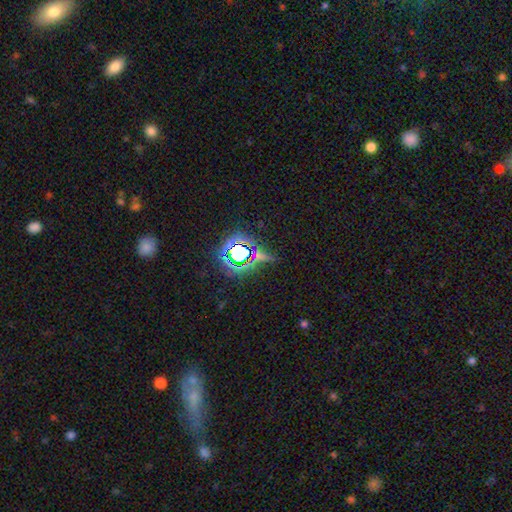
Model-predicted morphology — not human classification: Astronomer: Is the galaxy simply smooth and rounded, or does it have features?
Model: star or artifact — 73%.